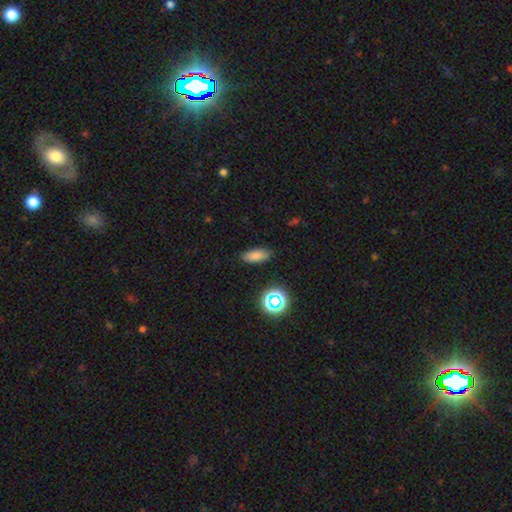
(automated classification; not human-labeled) smooth-or-featured: smooth: 77% | star or artifact: 14% | featured or disk: 9%
  how-rounded: in between: 77% | cigar-shaped: 18% | round: 5%
  merging: none: 86% | minor disturbance: 10% | major disturbance: 3% | merger: 2%